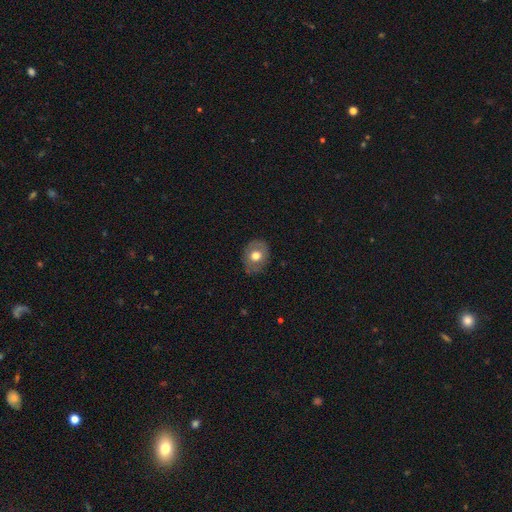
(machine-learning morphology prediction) smooth_or_featured: smooth (p=0.63) [alt: featured or disk p=0.29]
how_rounded: round (p=0.56) [alt: in between p=0.43]
merging: none (p=0.81) [alt: minor disturbance p=0.14]